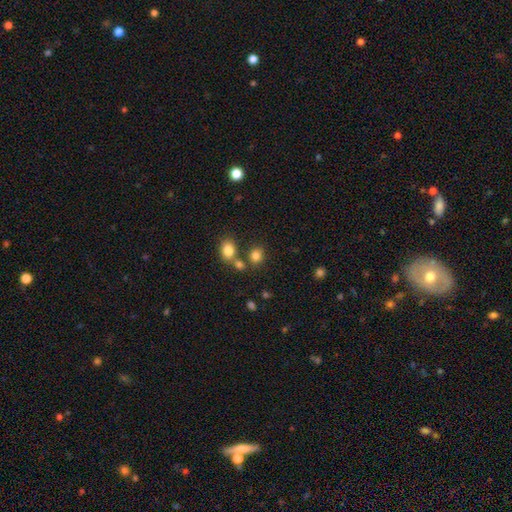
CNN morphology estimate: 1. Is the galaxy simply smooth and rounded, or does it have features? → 81% smooth, 12% star or artifact, 6% featured or disk.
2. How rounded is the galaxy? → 62% round, 37% in between, 1% cigar-shaped.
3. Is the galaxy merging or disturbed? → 65% none, 21% merger, 10% minor disturbance, 4% major disturbance.